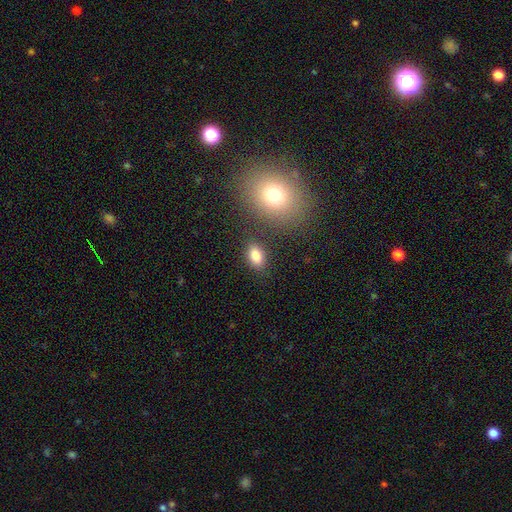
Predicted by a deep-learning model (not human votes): Smooth or featured?
  - smooth: 84% *
  - star or artifact: 10%
  - featured or disk: 6%
How rounded?
  - in between: 88% *
  - round: 10%
  - cigar-shaped: 2%
Merging?
  - none: 80% *
  - minor disturbance: 11%
  - merger: 6%
  - major disturbance: 3%